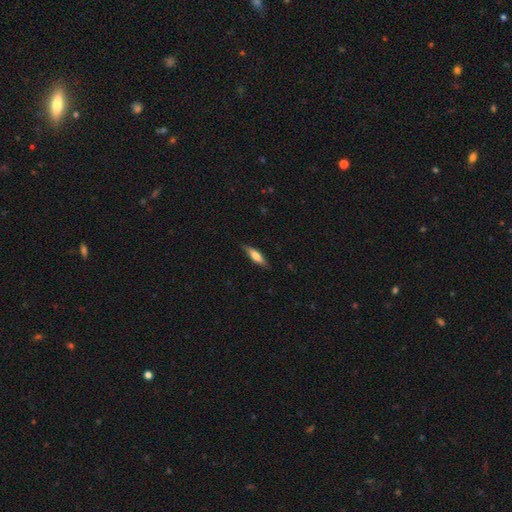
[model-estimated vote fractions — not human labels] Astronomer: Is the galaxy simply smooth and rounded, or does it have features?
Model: smooth — 63%.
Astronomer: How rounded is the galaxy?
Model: cigar-shaped — 66%.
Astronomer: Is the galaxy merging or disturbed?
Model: none — 83%.